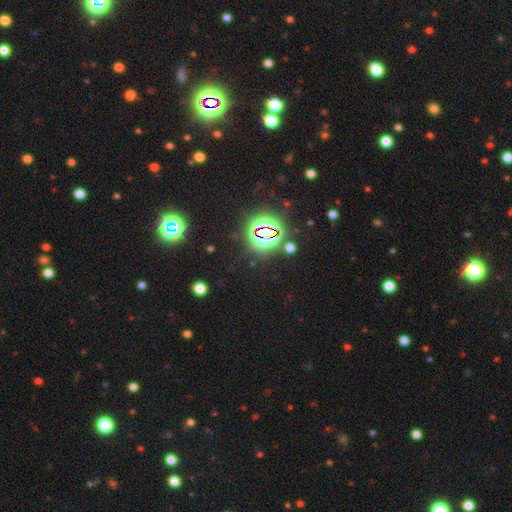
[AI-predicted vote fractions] Smooth or featured: star or artifact — 79% (smooth — 15%)